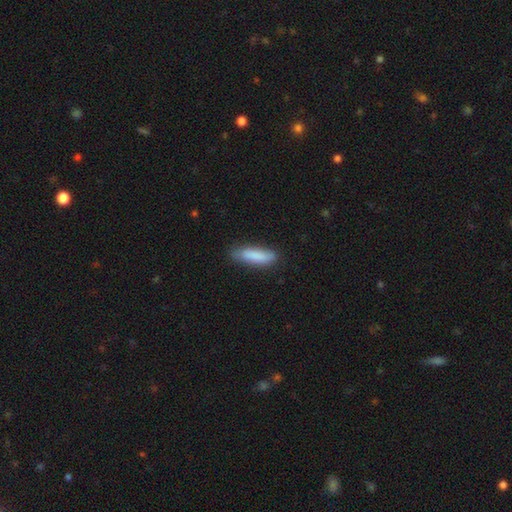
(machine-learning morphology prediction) smooth 85%, featured or disk 10%, star or artifact 6%. Down the decision tree: how rounded — cigar-shaped (64%); merging — none (78%).